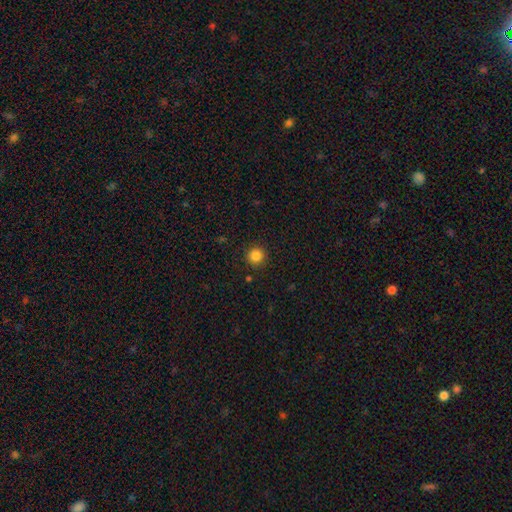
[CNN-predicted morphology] The model was most divided on "smooth or featured": smooth: 85%, star or artifact: 11%, featured or disk: 4%. More confident: how rounded — round (95%); merging — none (92%).